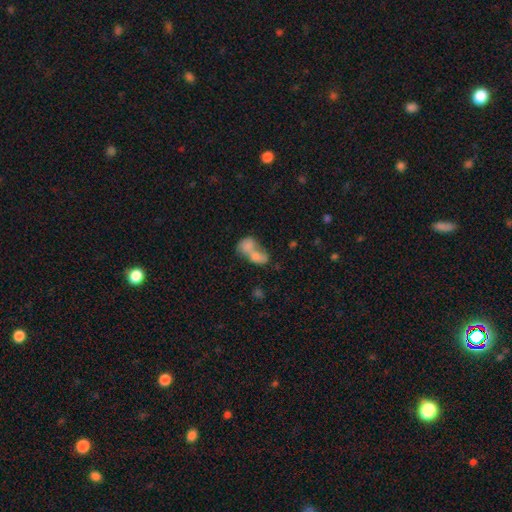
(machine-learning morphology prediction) Smooth or featured?
  - smooth: 72% *
  - featured or disk: 19%
  - star or artifact: 9%
How rounded?
  - in between: 78% *
  - round: 20%
  - cigar-shaped: 3%
Merging?
  - merger: 79% *
  - none: 12%
  - minor disturbance: 5%
  - major disturbance: 4%